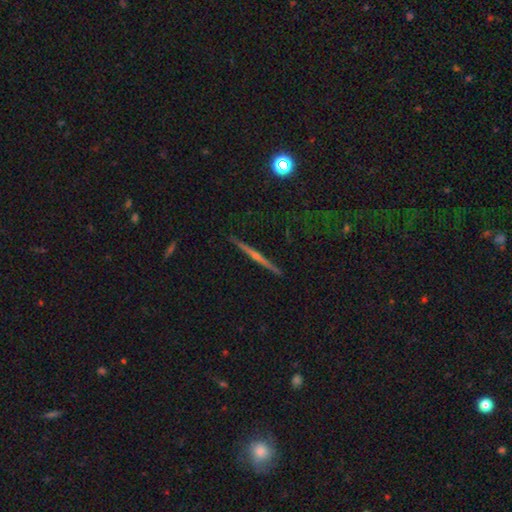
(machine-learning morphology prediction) type=featured or disk (75%); edge-on=yes (98%); edge-on bulge=rounded (76%); merging=none (92%).